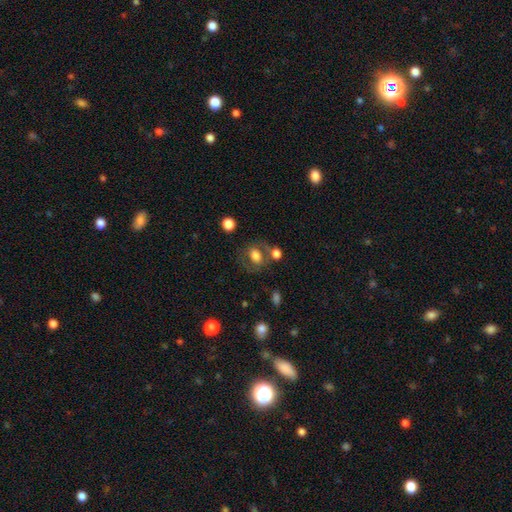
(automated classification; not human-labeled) smooth 62%, featured or disk 28%, star or artifact 10%. Down the decision tree: how rounded — in between (60%); merging — none (57%).